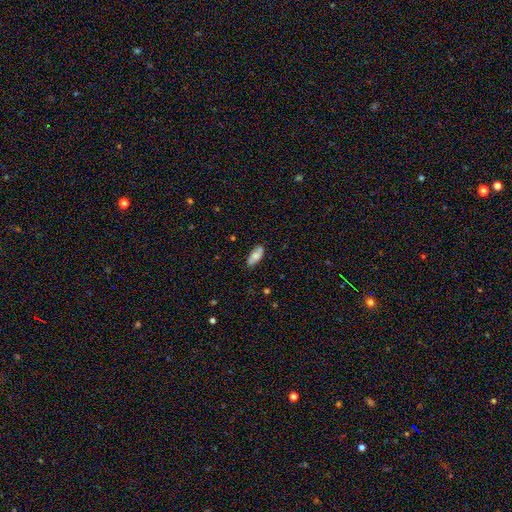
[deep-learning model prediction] This appears to be a smooth galaxy with no disk features (70%) that is in between round and cigar-shaped (83%). Merging: none (78%).